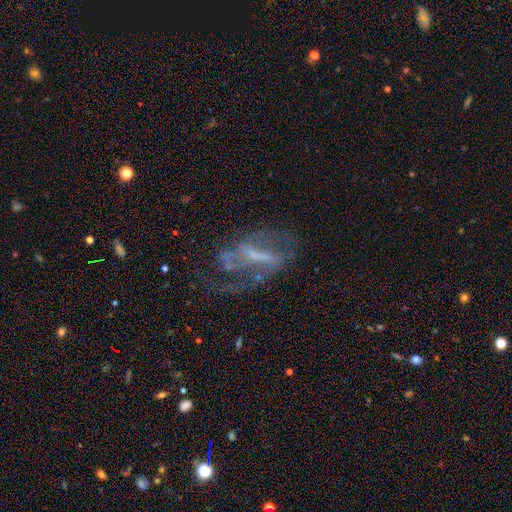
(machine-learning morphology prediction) Smooth or featured? featured or disk (78%)
Edge-on disk? no (91%)
Bar? strong (52%)
Spiral arms? yes (78%)
Spiral winding? loose (43%)
Spiral arm count? 2 (66%)
Bulge size? small (39%)
Merging? none (47%)